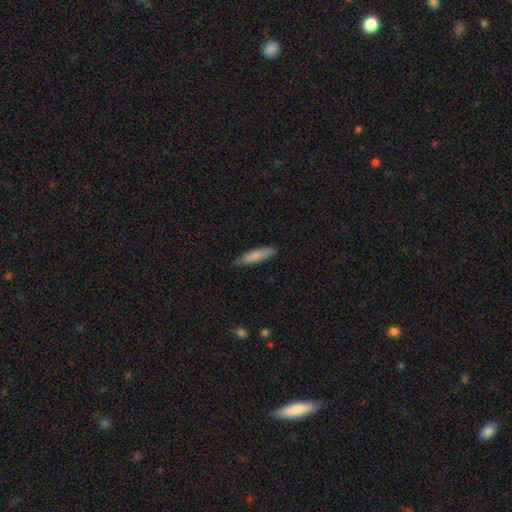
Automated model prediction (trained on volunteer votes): smooth-or-featured: smooth: 80% | featured or disk: 14% | star or artifact: 6%
  how-rounded: cigar-shaped: 79% | in between: 20% | round: 1%
  merging: none: 86% | minor disturbance: 11% | major disturbance: 2% | merger: 1%